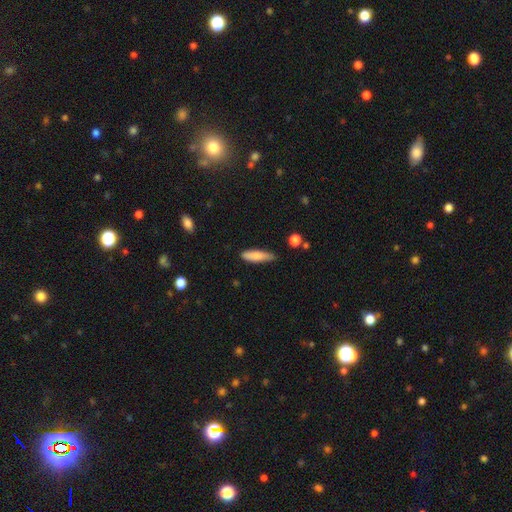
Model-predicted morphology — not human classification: type=smooth (82%); roundness=cigar-shaped (67%); merging=none (70%).